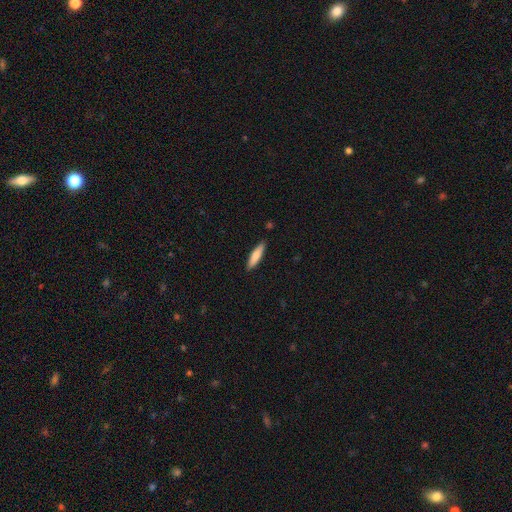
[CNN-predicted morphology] Smooth or featured? Predicted: smooth (p=0.79). How rounded? Predicted: cigar-shaped (p=0.74). Merging? Predicted: none (p=0.88).